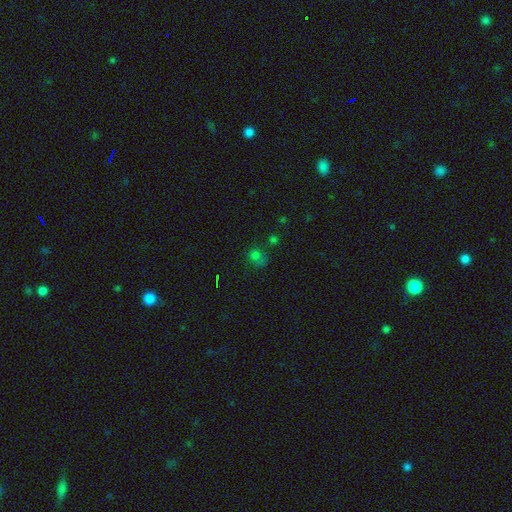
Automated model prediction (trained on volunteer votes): Smooth or featured? Predicted: smooth (p=0.61). How rounded? Predicted: round (p=0.67). Merging? Predicted: none (p=0.47).